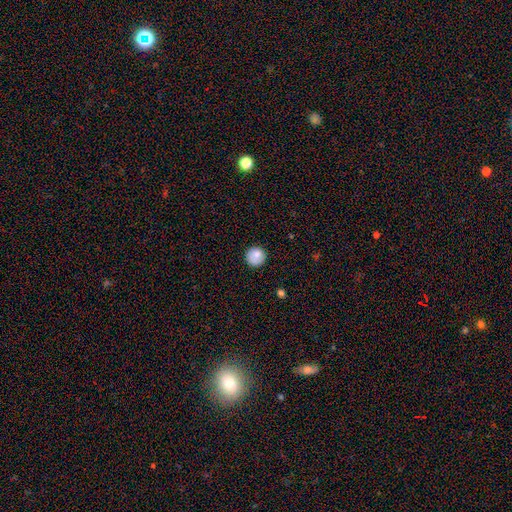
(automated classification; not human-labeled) Smooth or featured?
  - smooth: 83% *
  - featured or disk: 9%
  - star or artifact: 8%
How rounded?
  - round: 95% *
  - in between: 4%
  - cigar-shaped: 1%
Merging?
  - none: 86% *
  - minor disturbance: 10%
  - major disturbance: 2%
  - merger: 1%